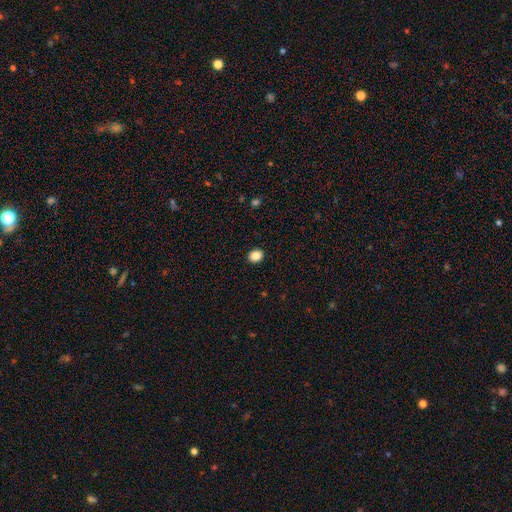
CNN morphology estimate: Q: Smooth or featured?
A: smooth (86%); runner-up: star or artifact (10%)
Q: How rounded?
A: round (63%); runner-up: in between (36%)
Q: Merging?
A: none (92%); runner-up: minor disturbance (5%)